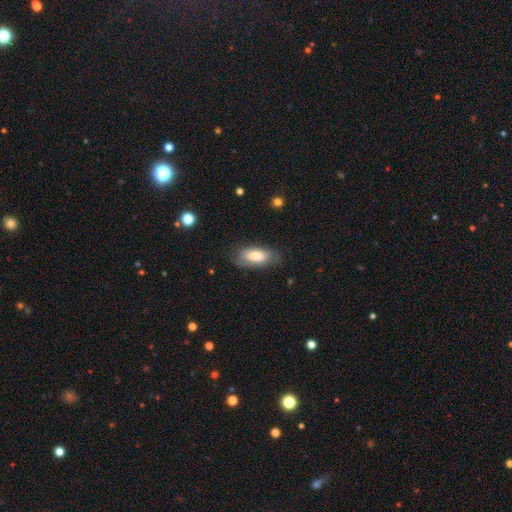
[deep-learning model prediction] smooth-or-featured: smooth: 75% | featured or disk: 19% | star or artifact: 6%
  how-rounded: in between: 88% | cigar-shaped: 10% | round: 2%
  merging: none: 75% | minor disturbance: 19% | major disturbance: 5% | merger: 1%